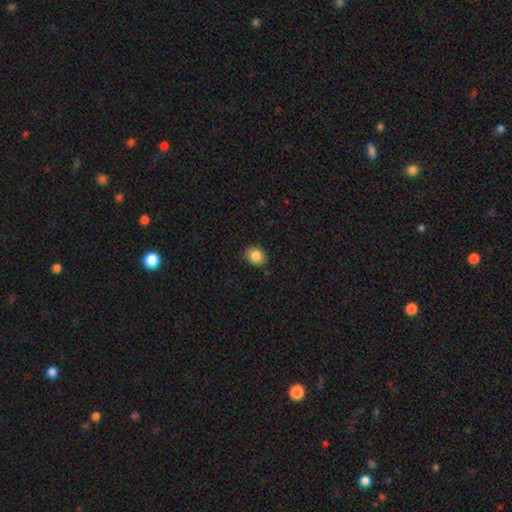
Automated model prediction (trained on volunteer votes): The model was most divided on "how rounded": round: 58%, in between: 41%, cigar-shaped: 1%. More confident: merging — none (87%); smooth or featured — smooth (85%).